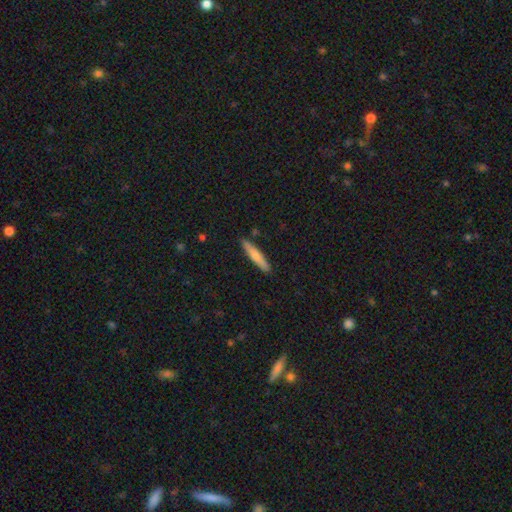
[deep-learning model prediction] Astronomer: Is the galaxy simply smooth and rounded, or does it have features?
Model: smooth — 70%.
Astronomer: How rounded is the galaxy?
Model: cigar-shaped — 90%.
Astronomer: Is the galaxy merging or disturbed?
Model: none — 89%.